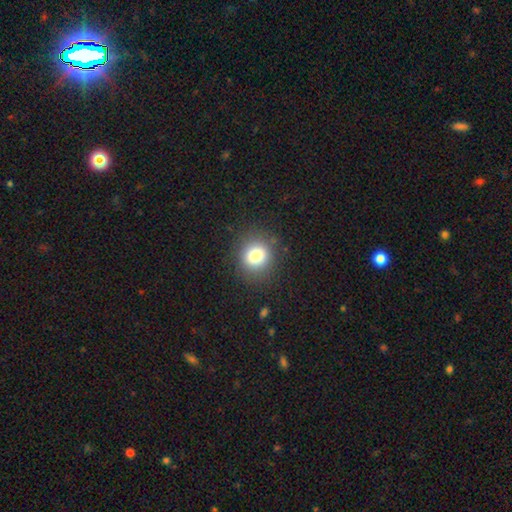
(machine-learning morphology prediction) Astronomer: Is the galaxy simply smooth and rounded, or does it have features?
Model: smooth — 79%.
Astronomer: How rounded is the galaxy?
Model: round — 81%.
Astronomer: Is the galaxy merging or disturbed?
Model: none — 86%.